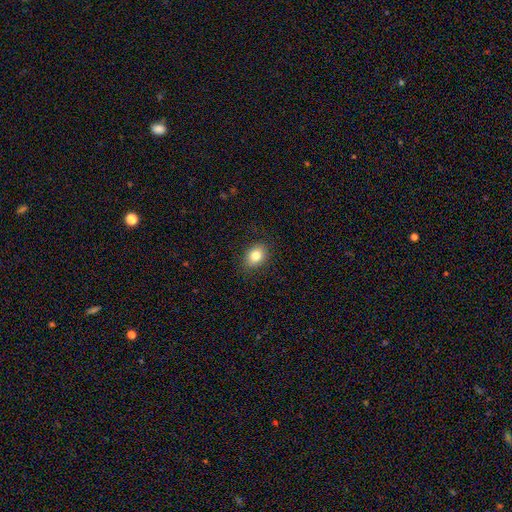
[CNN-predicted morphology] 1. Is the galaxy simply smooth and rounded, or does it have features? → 83% smooth, 9% star or artifact, 8% featured or disk.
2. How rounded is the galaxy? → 61% in between, 38% round, 1% cigar-shaped.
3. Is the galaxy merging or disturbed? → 87% none, 10% minor disturbance, 3% major disturbance, 1% merger.